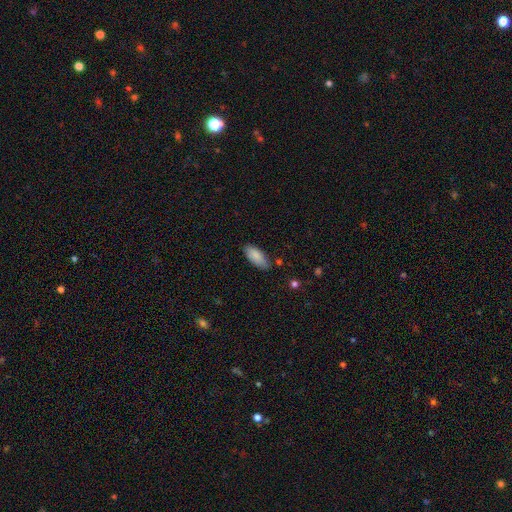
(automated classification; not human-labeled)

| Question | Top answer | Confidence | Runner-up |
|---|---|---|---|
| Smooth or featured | smooth | 87% | featured or disk (7%) |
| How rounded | in between | 85% | cigar-shaped (14%) |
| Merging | none | 75% | minor disturbance (20%) |